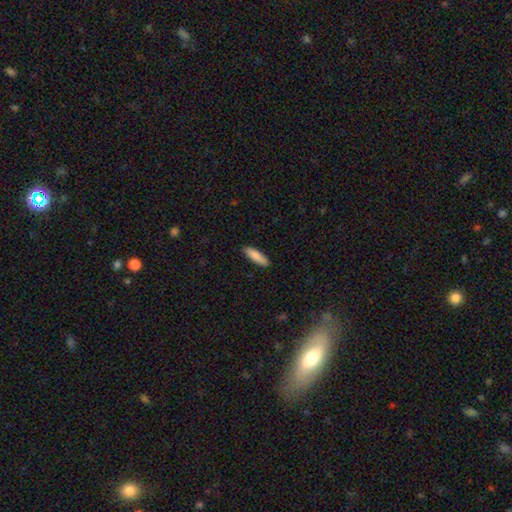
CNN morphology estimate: Smooth or featured: smooth — 87% (featured or disk — 7%)
How rounded: cigar-shaped — 64% (in between — 35%)
Merging: none — 88% (minor disturbance — 9%)